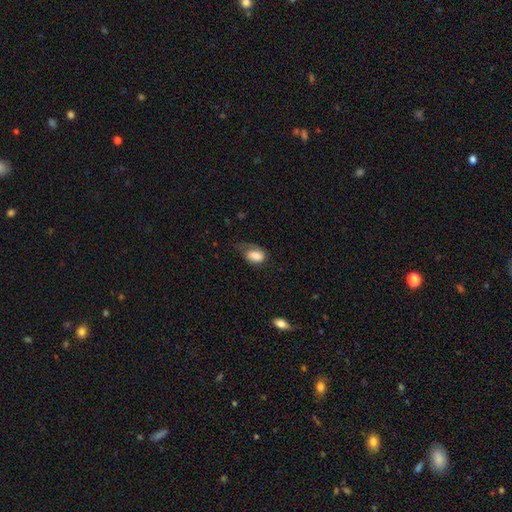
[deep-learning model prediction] smooth 78%, featured or disk 14%, star or artifact 7%. Down the decision tree: how rounded — in between (84%); merging — none (37%).